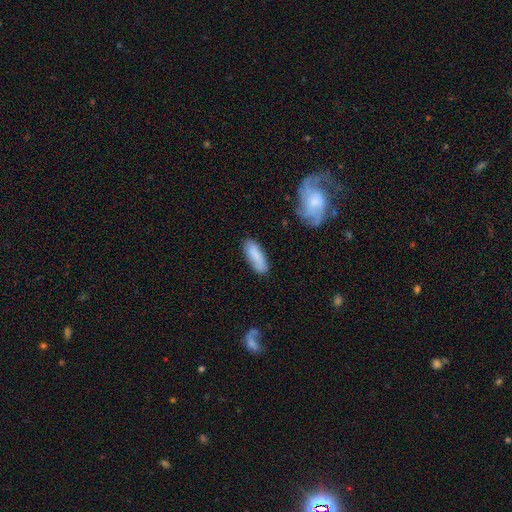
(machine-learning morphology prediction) Smooth or featured: smooth — 81% (featured or disk — 13%)
How rounded: in between — 60% (cigar-shaped — 38%)
Merging: none — 76% (minor disturbance — 17%)